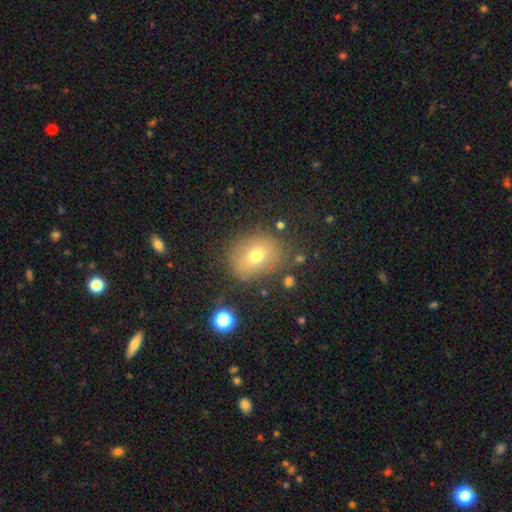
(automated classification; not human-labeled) The model was most divided on "how rounded": in between: 52%, round: 46%, cigar-shaped: 1%. More confident: merging — none (74%); smooth or featured — smooth (68%).